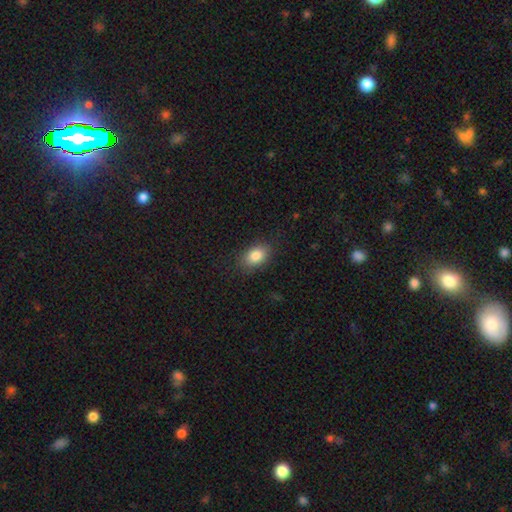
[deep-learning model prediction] smooth 85%, star or artifact 8%, featured or disk 7%. Down the decision tree: how rounded — in between (87%); merging — none (84%).